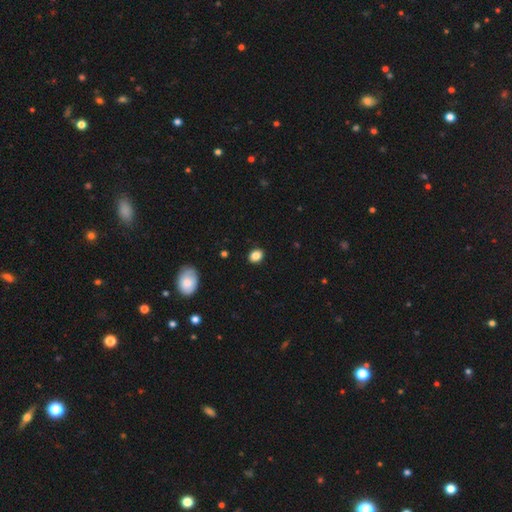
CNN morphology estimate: Smooth or featured? smooth (86%)
How rounded? in between (55%)
Merging? none (89%)